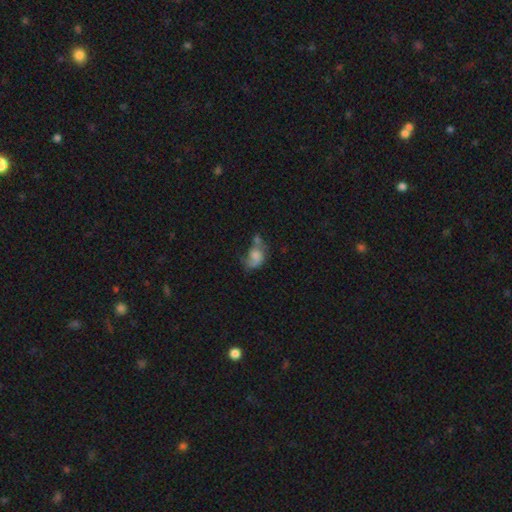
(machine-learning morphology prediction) Smooth or featured: smooth — 49% (featured or disk — 39%)
Merging: none — 28% (major disturbance — 25%)